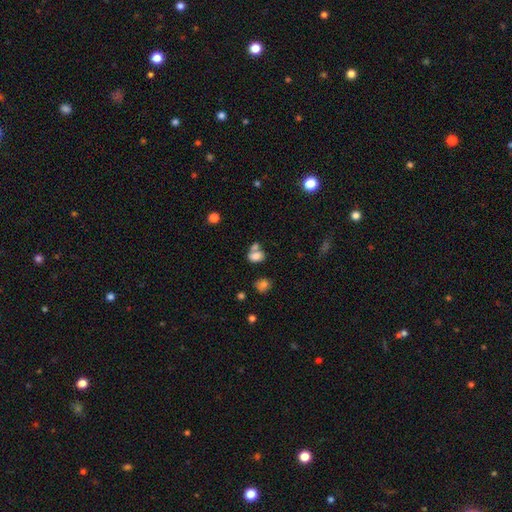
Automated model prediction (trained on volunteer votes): Morphology: type=smooth (79%); roundness=in between (76%); merging=merger (45%).